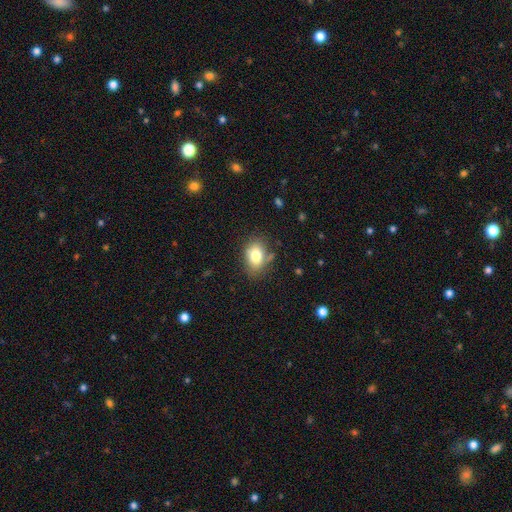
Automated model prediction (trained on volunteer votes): smooth 78%, featured or disk 12%, star or artifact 9%. Down the decision tree: how rounded — in between (76%); merging — none (71%).